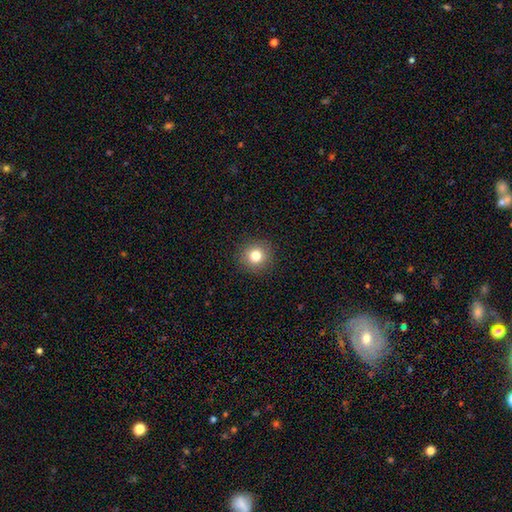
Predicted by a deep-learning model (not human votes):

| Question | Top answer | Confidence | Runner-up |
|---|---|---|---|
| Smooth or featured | smooth | 80% | star or artifact (12%) |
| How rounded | round | 92% | in between (7%) |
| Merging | none | 91% | minor disturbance (6%) |